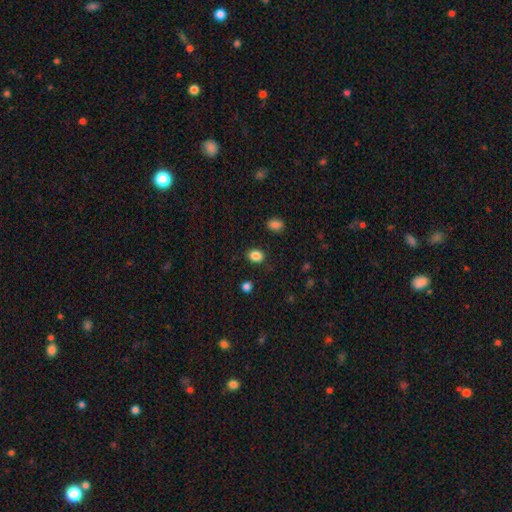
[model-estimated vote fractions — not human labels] smooth_or_featured: smooth (p=0.86) [alt: star or artifact p=0.10]
how_rounded: in between (p=0.58) [alt: round p=0.41]
merging: none (p=0.86) [alt: minor disturbance p=0.10]